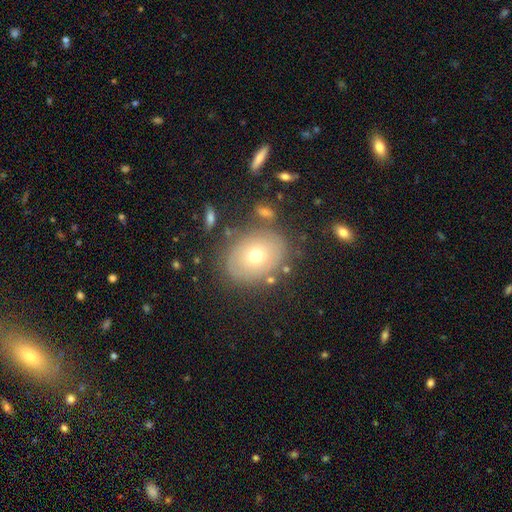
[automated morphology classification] Q: Smooth or featured?
A: smooth (54%); runner-up: featured or disk (34%)
Q: How rounded?
A: in between (56%); runner-up: round (43%)
Q: Merging?
A: none (78%); runner-up: minor disturbance (13%)